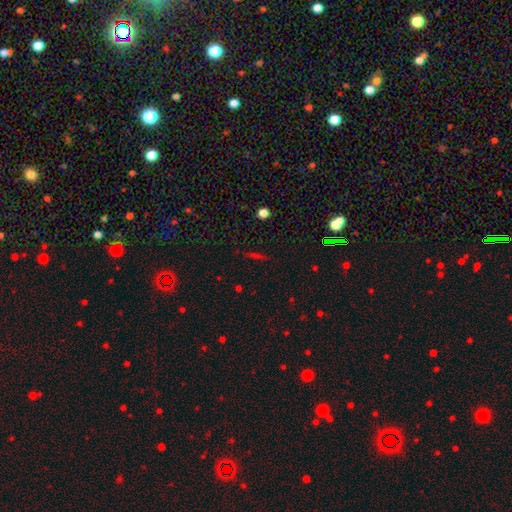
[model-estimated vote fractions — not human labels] A star or artifact, not a galaxy (40%).